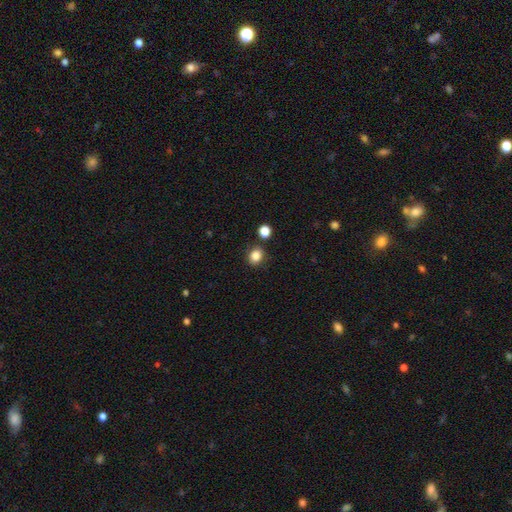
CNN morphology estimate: This is clearly a smooth galaxy (85%). How rounded: possibly round (60%). Merging: clearly none (83%).